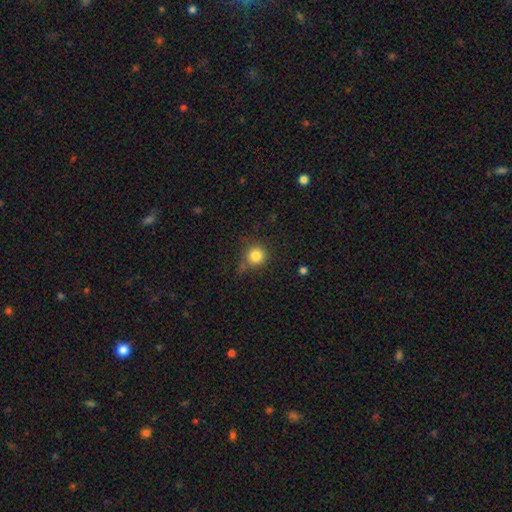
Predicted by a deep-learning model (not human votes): A smooth galaxy with no disk features (82%) that is round (93%).

Vote fractions:
- Smooth or featured? smooth: 82% / star or artifact: 11% / featured or disk: 6%
- How rounded? round: 93% / in between: 6% / cigar-shaped: 1%
- Merging? none: 73% / minor disturbance: 16% / merger: 6% / major disturbance: 5%